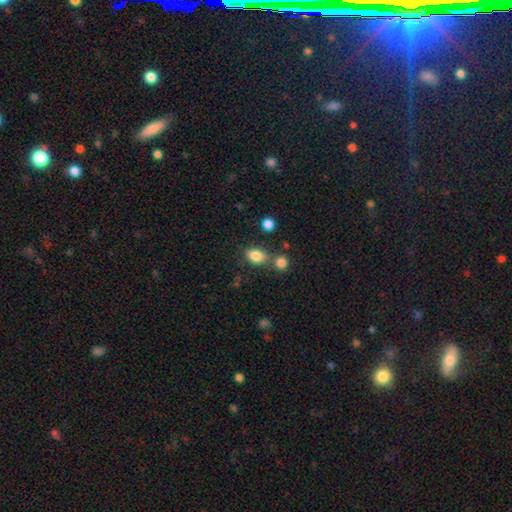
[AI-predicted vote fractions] This appears to be a smooth galaxy with no disk features (83%) that is in between round and cigar-shaped (77%). Merging: none (61%).